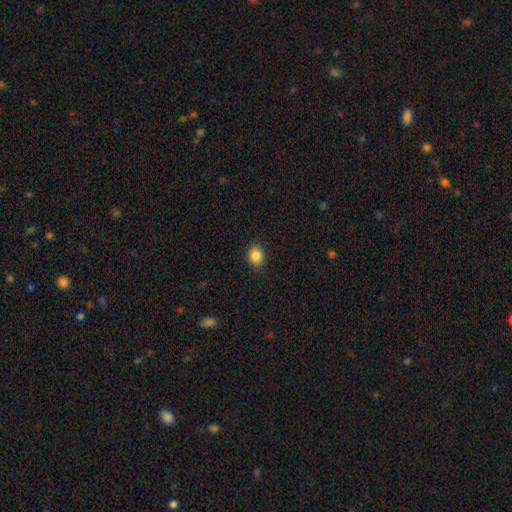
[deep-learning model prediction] This is clearly a smooth galaxy (86%). How rounded: likely round (63%). Merging: clearly none (89%).